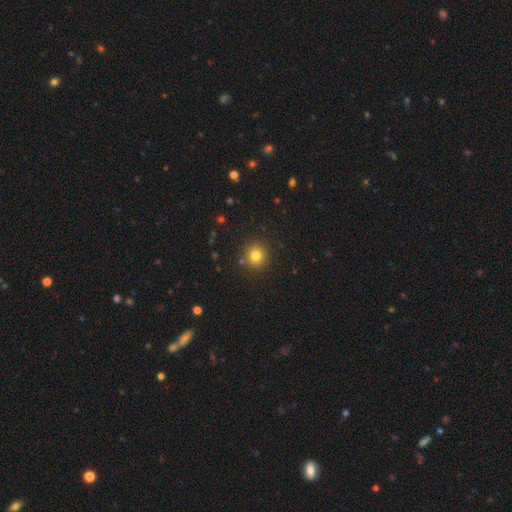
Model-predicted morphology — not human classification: This appears to be a smooth galaxy with no disk features (79%) that is round (93%). Merging: none (88%).